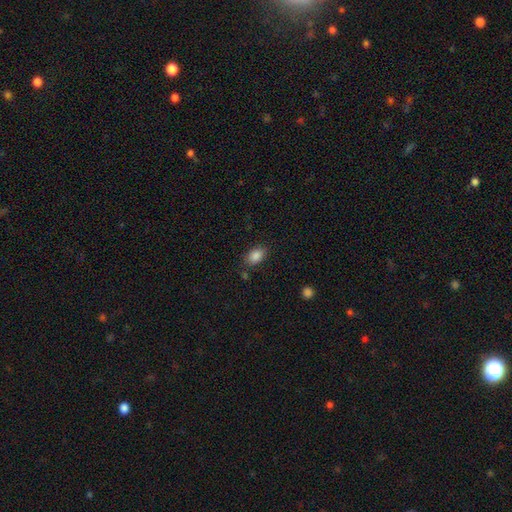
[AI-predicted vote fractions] This appears to be a smooth galaxy with no disk features (87%) that is in between round and cigar-shaped (86%). Merging: none (78%).